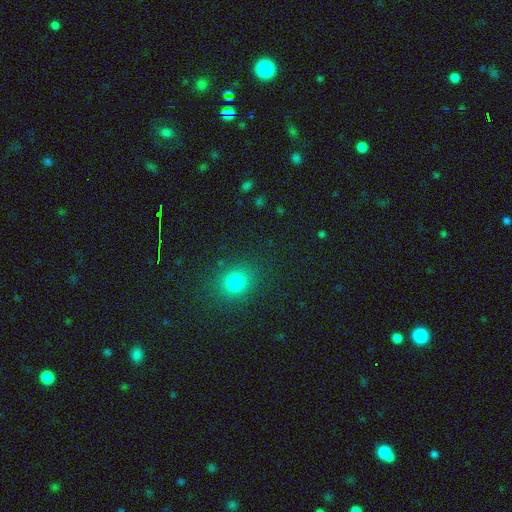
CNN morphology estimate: The model was most divided on "smooth or featured": smooth: 63%, star or artifact: 31%, featured or disk: 5%. More confident: merging — none (91%); how rounded — round (85%).